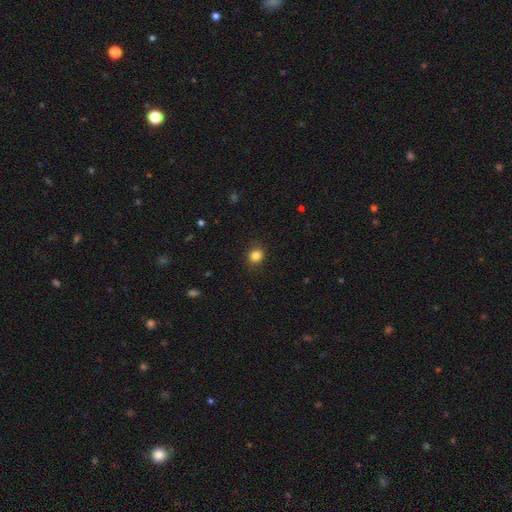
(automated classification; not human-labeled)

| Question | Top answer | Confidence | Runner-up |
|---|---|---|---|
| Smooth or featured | smooth | 84% | star or artifact (11%) |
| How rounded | round | 72% | in between (27%) |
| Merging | none | 88% | minor disturbance (9%) |